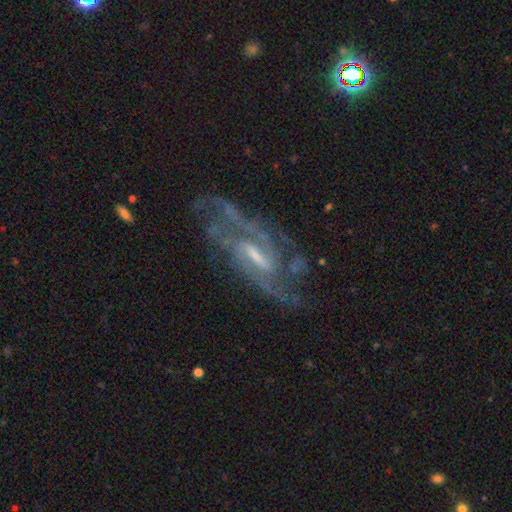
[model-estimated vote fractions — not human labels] A featured or disk galaxy (89%) with a weak bar (47%), 2 (63%) medium (53%) spiral arms (96%) and a small central bulge (42%).

Vote fractions:
- Smooth or featured? featured or disk: 89% / star or artifact: 6% / smooth: 5%
- Edge-on disk? no: 92% / yes: 8%
- Bar? weak: 47% / strong: 40% / no: 13%
- Spiral arms? yes: 96% / no: 4%
- Spiral winding? medium: 53% / tight: 27% / loose: 20%
- Spiral arm count? 2: 63% / can't tell: 14% / 3: 11% / 4: 5% / 1: 4% / more than 4: 3%
- Bulge size? small: 42% / moderate: 38% / none: 14% / large: 5% / dominant: 1%
- Merging? none: 62% / minor disturbance: 19% / major disturbance: 16% / merger: 3%